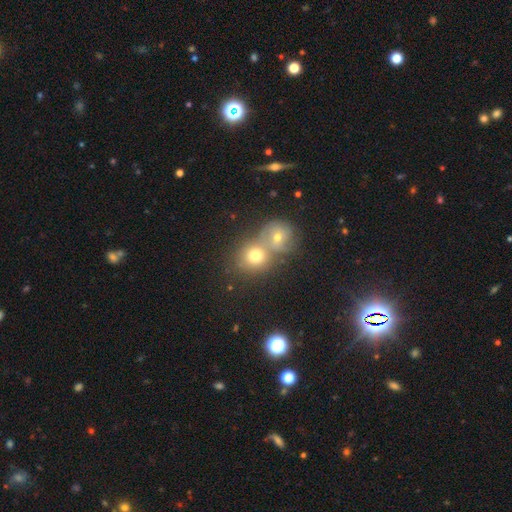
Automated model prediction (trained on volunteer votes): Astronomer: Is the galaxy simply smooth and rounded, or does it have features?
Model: smooth — 71%.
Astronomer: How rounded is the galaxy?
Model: round — 77%.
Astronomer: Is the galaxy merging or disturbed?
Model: merger — 54% (runner-up: none, 36%).